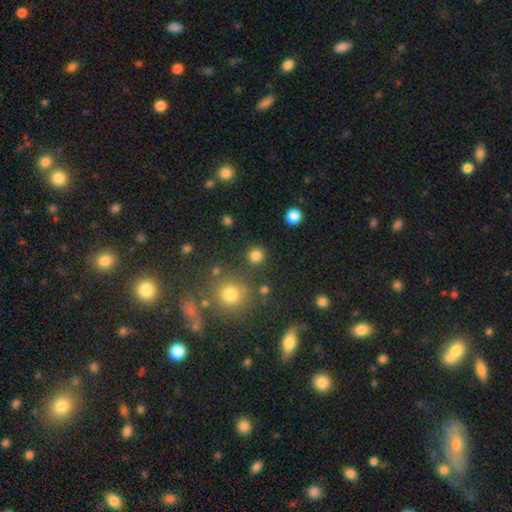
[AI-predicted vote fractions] A smooth galaxy with no disk features (81%) that is round (93%).

Vote fractions:
- Smooth or featured? smooth: 81% / star or artifact: 15% / featured or disk: 4%
- How rounded? round: 93% / in between: 6% / cigar-shaped: 1%
- Merging? none: 87% / minor disturbance: 6% / merger: 4% / major disturbance: 3%